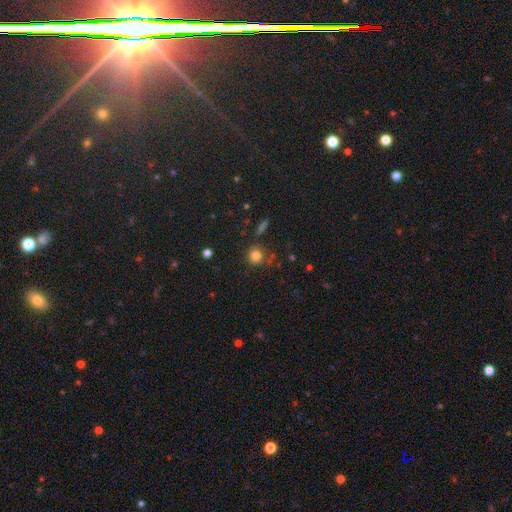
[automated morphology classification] Smooth or featured? Predicted: smooth (p=0.80). How rounded? Predicted: round (p=0.87). Merging? Predicted: none (p=0.73).